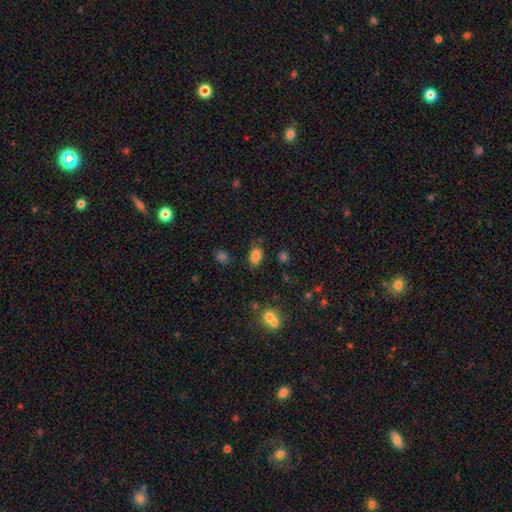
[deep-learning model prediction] Overall: smooth (83%). How rounded: in between (82%). Merging: none (76%).